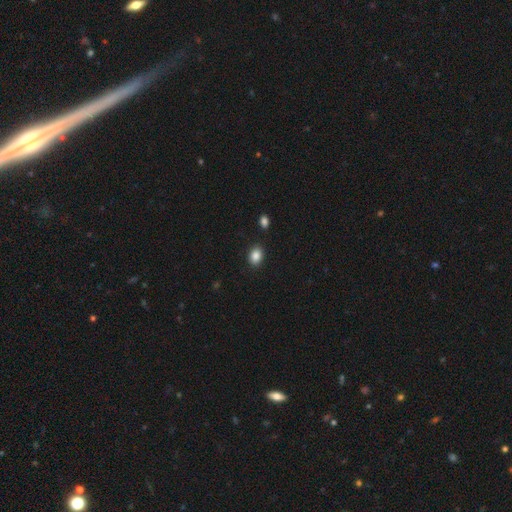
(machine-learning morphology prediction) Smooth or featured?
  - smooth: 87% *
  - star or artifact: 9%
  - featured or disk: 5%
How rounded?
  - in between: 67% *
  - round: 32%
  - cigar-shaped: 1%
Merging?
  - none: 86% *
  - minor disturbance: 9%
  - merger: 3%
  - major disturbance: 2%